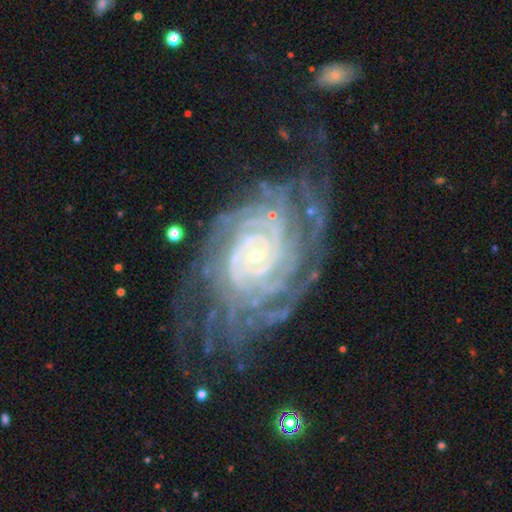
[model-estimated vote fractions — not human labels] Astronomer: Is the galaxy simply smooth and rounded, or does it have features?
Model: featured or disk — 91%.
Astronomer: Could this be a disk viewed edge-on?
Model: no — 97%.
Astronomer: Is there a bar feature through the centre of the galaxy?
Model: no — 65%.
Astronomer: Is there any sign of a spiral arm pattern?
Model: yes — 98%.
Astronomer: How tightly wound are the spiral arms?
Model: tight — 83%.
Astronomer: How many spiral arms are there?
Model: more than 4 — 29% (runner-up: can't tell, 21%).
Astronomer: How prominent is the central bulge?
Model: small — 83%.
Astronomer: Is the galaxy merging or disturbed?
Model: none — 66%.